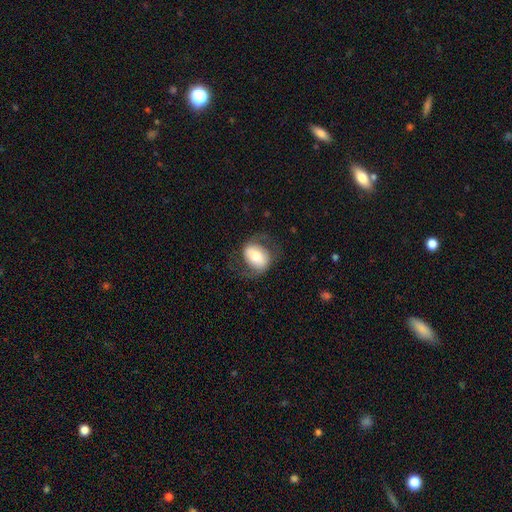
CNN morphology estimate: type=featured or disk (49%); merging=none (67%).